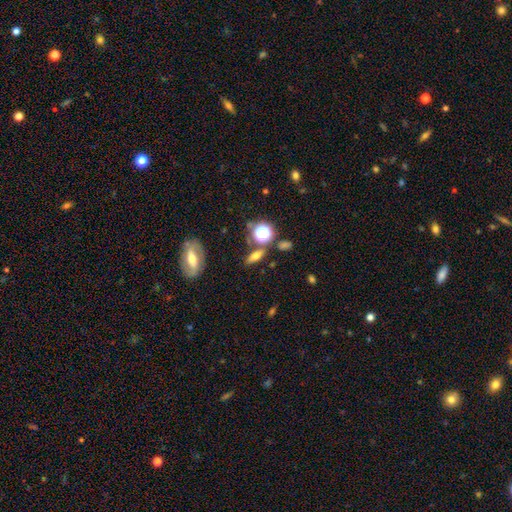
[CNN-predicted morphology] smooth-or-featured: smooth: 57% | featured or disk: 26% | star or artifact: 17%
  how-rounded: in between: 53% | cigar-shaped: 32% | round: 15%
  merging: none: 76% | minor disturbance: 11% | merger: 9% | major disturbance: 4%